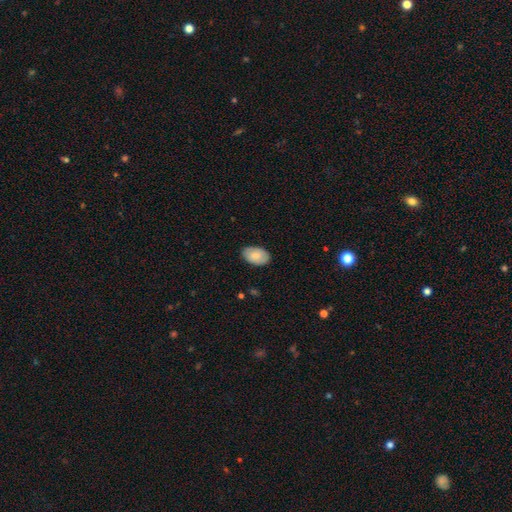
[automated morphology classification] A smooth galaxy with no disk features (80%) that is in between round and cigar-shaped (92%). Merging: none (85%).